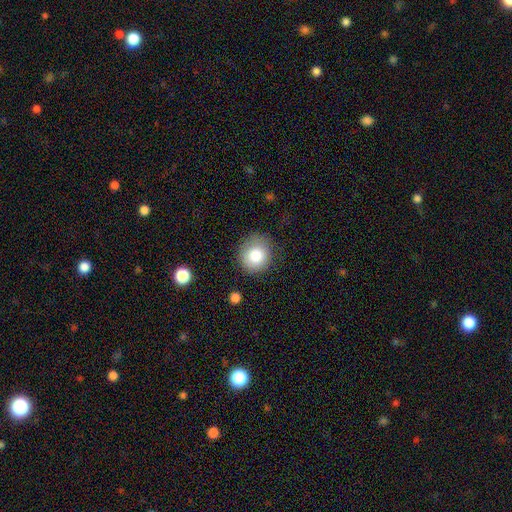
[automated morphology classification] Q: Smooth or featured?
A: smooth (81%); runner-up: featured or disk (10%)
Q: How rounded?
A: round (83%); runner-up: in between (16%)
Q: Merging?
A: none (80%); runner-up: minor disturbance (14%)